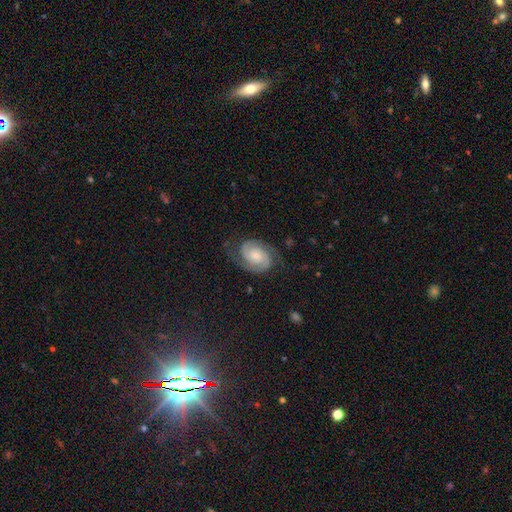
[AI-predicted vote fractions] featured or disk 87%, smooth 7%, star or artifact 5%. Down the decision tree: edge-on disk — no (98%); bar — no (64%); spiral arms — yes (98%); spiral arm count — 2 (93%); spiral winding — tight (54%); bulge size — small (40%); merging — none (77%).